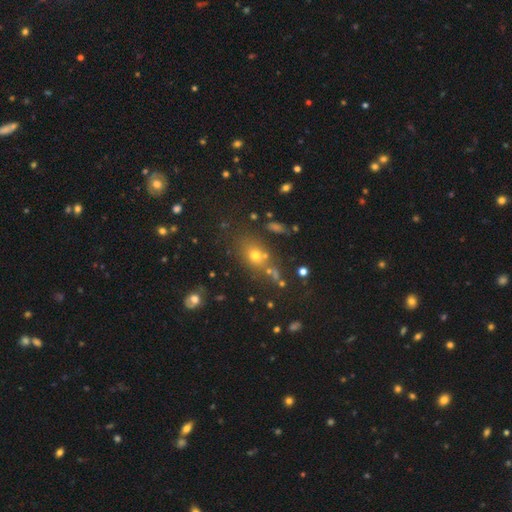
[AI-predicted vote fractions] Smooth or featured?
  - smooth: 61% *
  - star or artifact: 25%
  - featured or disk: 14%
How rounded?
  - round: 49% *
  - in between: 48%
  - cigar-shaped: 3%
Merging?
  - none: 65% *
  - merger: 15%
  - minor disturbance: 13%
  - major disturbance: 6%